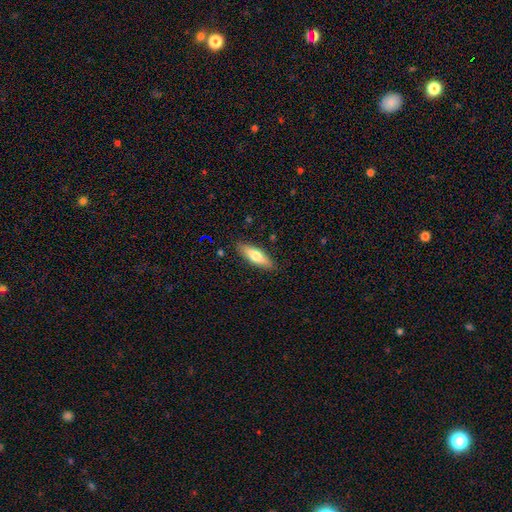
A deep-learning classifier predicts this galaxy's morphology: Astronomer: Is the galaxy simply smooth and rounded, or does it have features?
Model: smooth — 69%.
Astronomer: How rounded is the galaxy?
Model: in between — 54% (runner-up: cigar-shaped, 44%).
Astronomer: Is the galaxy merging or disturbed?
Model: none — 86%.